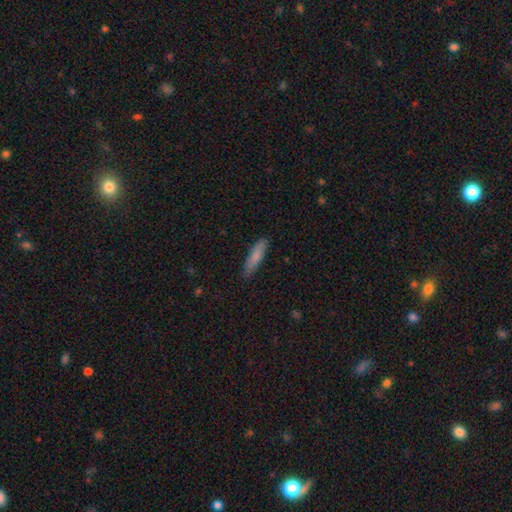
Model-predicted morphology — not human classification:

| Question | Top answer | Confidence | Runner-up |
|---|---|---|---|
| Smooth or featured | smooth | 80% | featured or disk (15%) |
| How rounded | cigar-shaped | 77% | in between (21%) |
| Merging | none | 85% | minor disturbance (12%) |